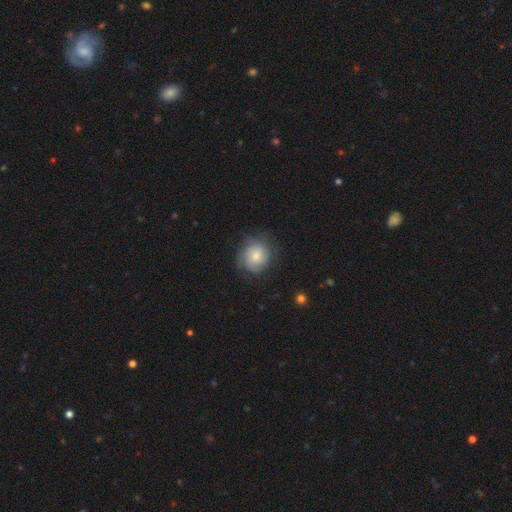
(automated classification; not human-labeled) smooth-or-featured: smooth: 59% | featured or disk: 33% | star or artifact: 8%
  how-rounded: round: 82% | in between: 17% | cigar-shaped: 1%
  merging: none: 69% | minor disturbance: 21% | major disturbance: 9% | merger: 1%